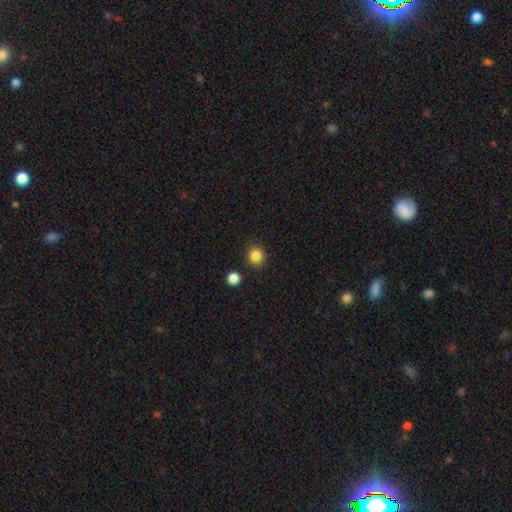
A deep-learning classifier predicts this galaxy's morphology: This is clearly a smooth galaxy (86%). How rounded: clearly round (82%). Merging: clearly none (86%).